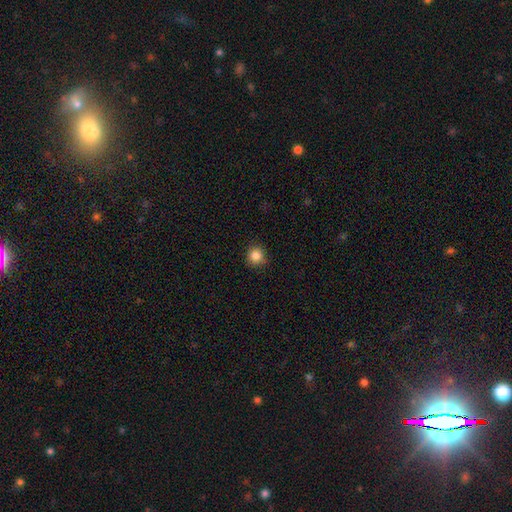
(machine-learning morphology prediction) Smooth or featured?
  - smooth: 85% *
  - star or artifact: 11%
  - featured or disk: 4%
How rounded?
  - round: 92% *
  - in between: 7%
  - cigar-shaped: 1%
Merging?
  - none: 88% *
  - minor disturbance: 9%
  - major disturbance: 2%
  - merger: 1%